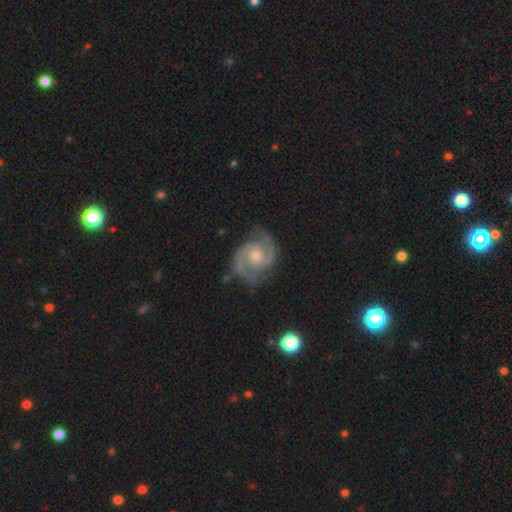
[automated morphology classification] This appears to be a featured or disk galaxy (93%) with no bar (65%), 2 (93%) medium (51%) spiral arms (99%) and a moderate central bulge (63%). Merging: none (79%).